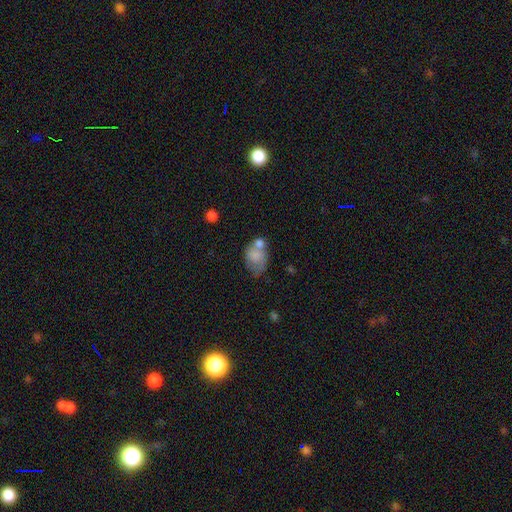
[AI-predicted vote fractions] Smooth or featured? Predicted: smooth (p=0.72). How rounded? Predicted: in between (p=0.73). Merging? Predicted: merger (p=0.38).